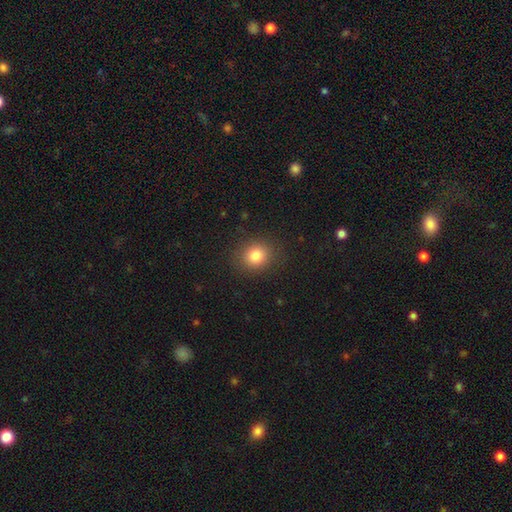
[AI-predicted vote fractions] This is clearly a smooth galaxy (82%). How rounded: likely round (74%). Merging: clearly none (88%).